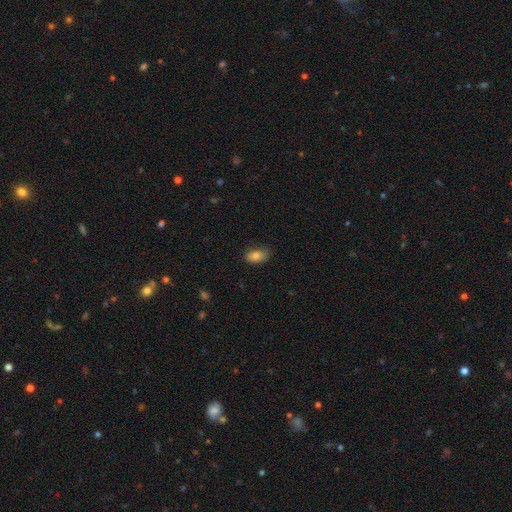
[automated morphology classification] smooth-or-featured: smooth: 82% | featured or disk: 9% | star or artifact: 9%
  how-rounded: in between: 90% | round: 8% | cigar-shaped: 2%
  merging: none: 71% | minor disturbance: 24% | major disturbance: 5% | merger: 1%